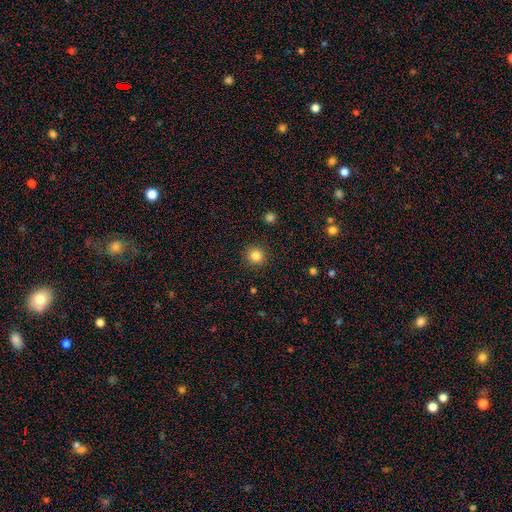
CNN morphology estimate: Smooth or featured? Predicted: smooth (p=0.84). How rounded? Predicted: round (p=0.94). Merging? Predicted: none (p=0.91).